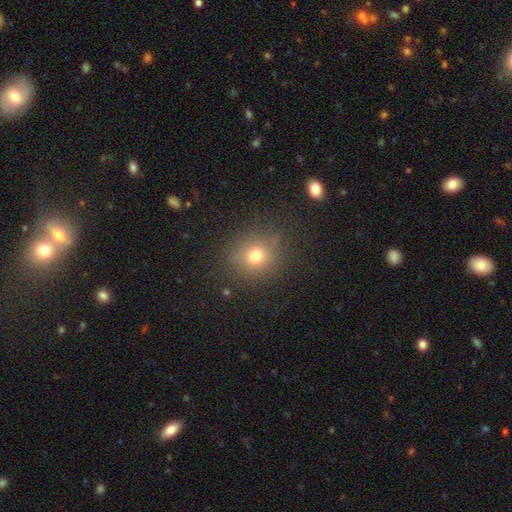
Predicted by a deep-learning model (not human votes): Smooth or featured? Predicted: smooth (p=0.71). How rounded? Predicted: round (p=0.86). Merging? Predicted: none (p=0.82).